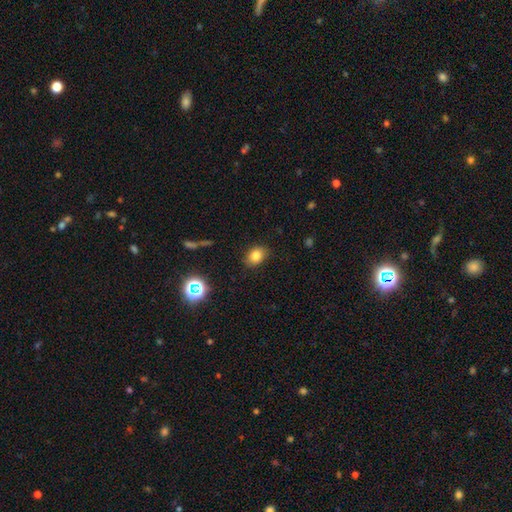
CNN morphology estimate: A smooth galaxy with no disk features (80%) that is in between round and cigar-shaped (67%).

Vote fractions:
- Smooth or featured? smooth: 80% / star or artifact: 12% / featured or disk: 8%
- How rounded? in between: 67% / round: 32% / cigar-shaped: 1%
- Merging? none: 84% / minor disturbance: 12% / major disturbance: 3% / merger: 1%